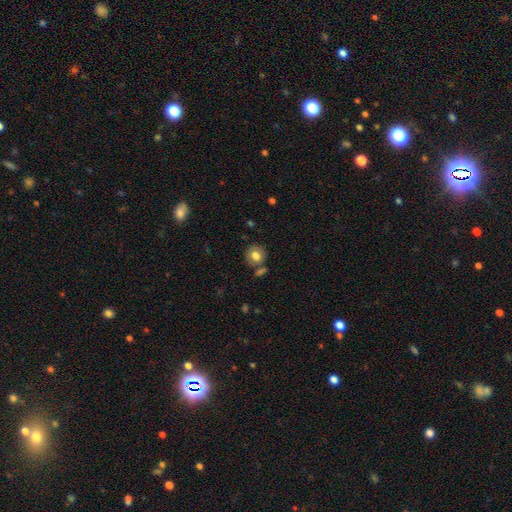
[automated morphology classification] The model was most divided on "merging": none: 73%, minor disturbance: 12%, merger: 11%, major disturbance: 3%. More confident: how rounded — round (82%); smooth or featured — smooth (77%).